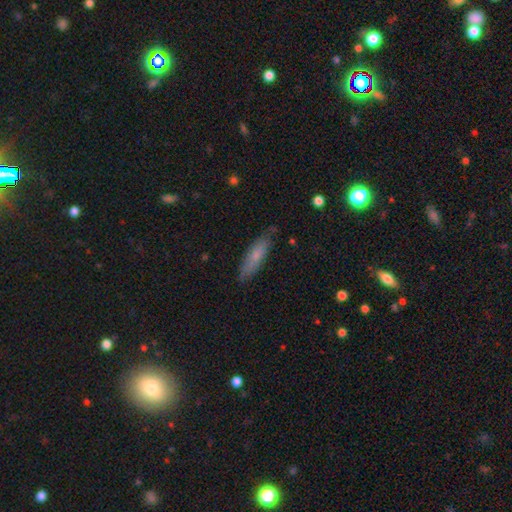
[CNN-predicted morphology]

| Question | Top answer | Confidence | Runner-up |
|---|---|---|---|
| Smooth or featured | smooth | 70% | featured or disk (24%) |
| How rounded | cigar-shaped | 69% | in between (29%) |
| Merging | none | 80% | minor disturbance (16%) |